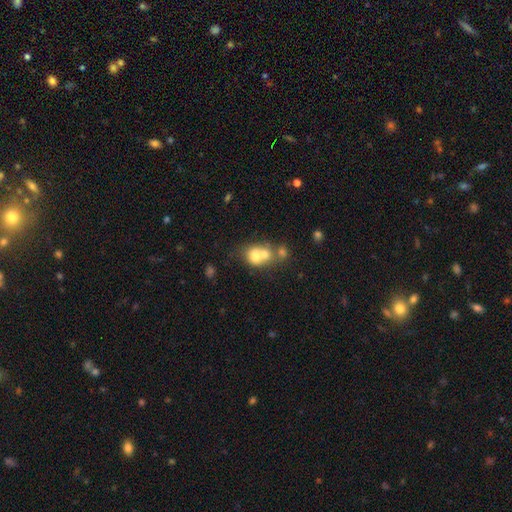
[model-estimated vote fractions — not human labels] smooth 69%, featured or disk 21%, star or artifact 11%. Down the decision tree: how rounded — round (68%); merging — merger (64%).